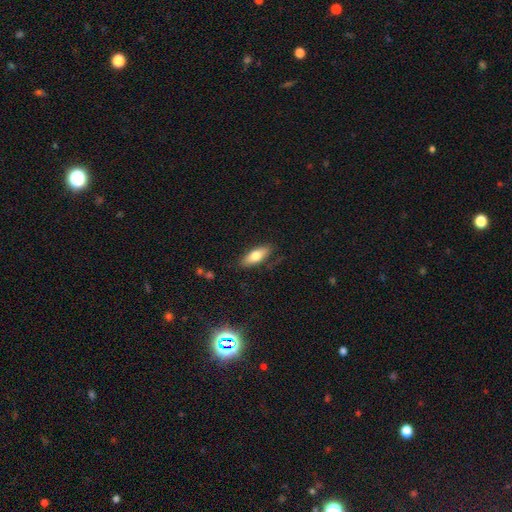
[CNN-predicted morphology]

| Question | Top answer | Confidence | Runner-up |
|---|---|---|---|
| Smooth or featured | smooth | 72% | featured or disk (22%) |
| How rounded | in between | 71% | cigar-shaped (27%) |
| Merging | none | 79% | minor disturbance (15%) |